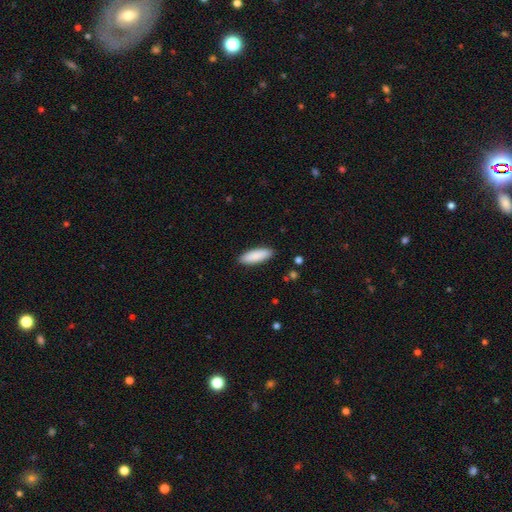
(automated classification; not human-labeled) The model was most divided on "how rounded": in between: 58%, cigar-shaped: 41%, round: 1%. More confident: merging — none (89%); smooth or featured — smooth (89%).